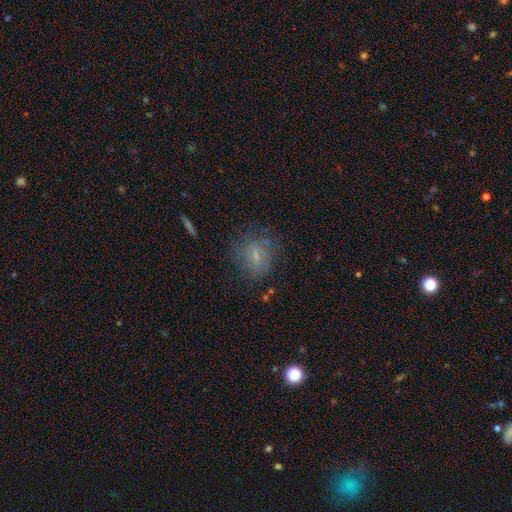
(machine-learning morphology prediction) The model was most divided on "how rounded": round: 59%, in between: 39%, cigar-shaped: 2%. More confident: merging — none (65%); smooth or featured — smooth (53%).